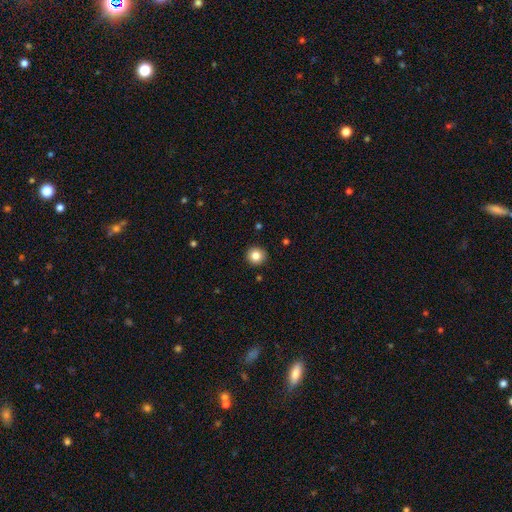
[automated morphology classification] This is clearly a smooth galaxy (84%). How rounded: clearly round (95%). Merging: clearly none (93%).